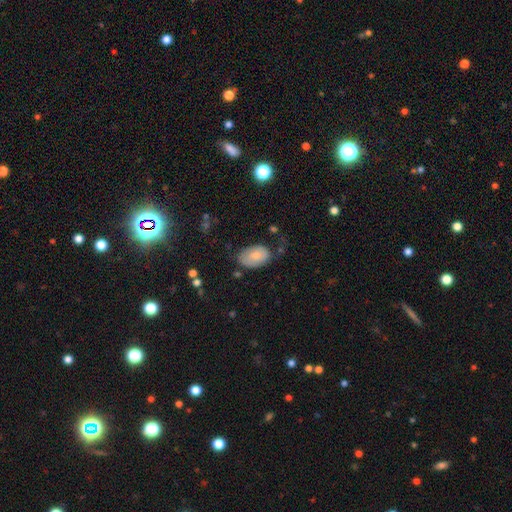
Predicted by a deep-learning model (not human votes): Smooth or featured? Predicted: smooth (p=0.74). How rounded? Predicted: in between (p=0.91). Merging? Predicted: none (p=0.59).